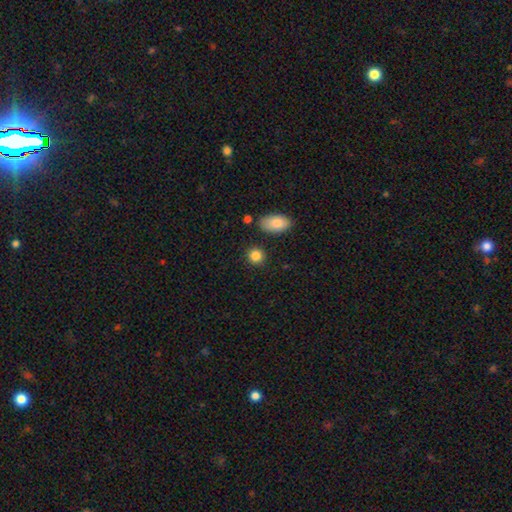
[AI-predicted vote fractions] smooth_or_featured: smooth (p=0.86) [alt: star or artifact p=0.09]
how_rounded: round (p=0.84) [alt: in between p=0.15]
merging: none (p=0.85) [alt: minor disturbance p=0.09]